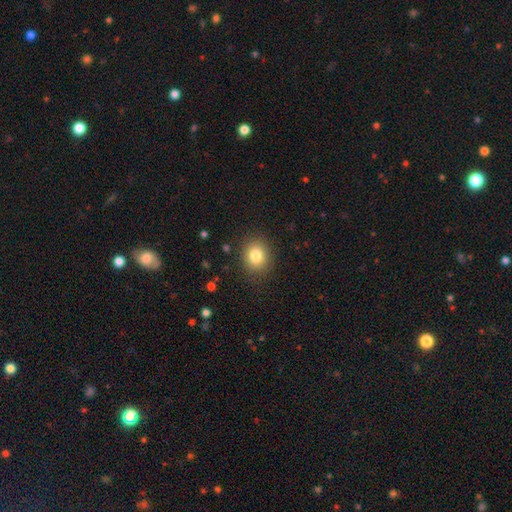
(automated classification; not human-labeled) Smooth or featured? smooth (81%)
How rounded? round (72%)
Merging? none (88%)